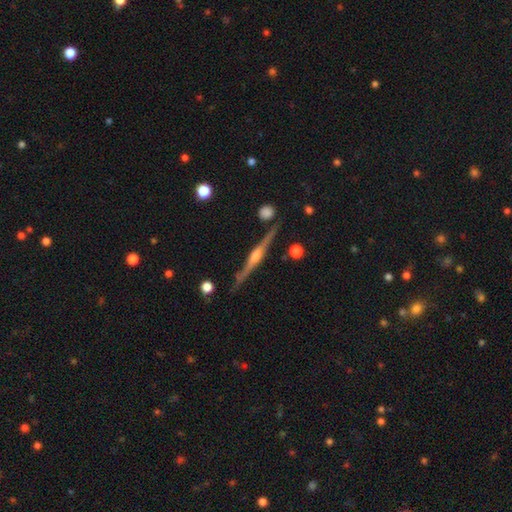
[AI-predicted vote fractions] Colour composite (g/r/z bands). It shows a featured or disk galaxy (85%) viewed edge-on (98%) with a rounded central bulge (86%). Merging: none (85%).